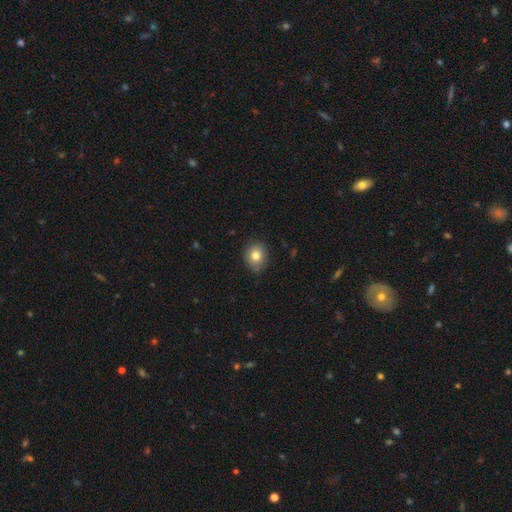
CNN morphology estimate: Overall: smooth (79%). How rounded: round (70%). Merging: none (83%).